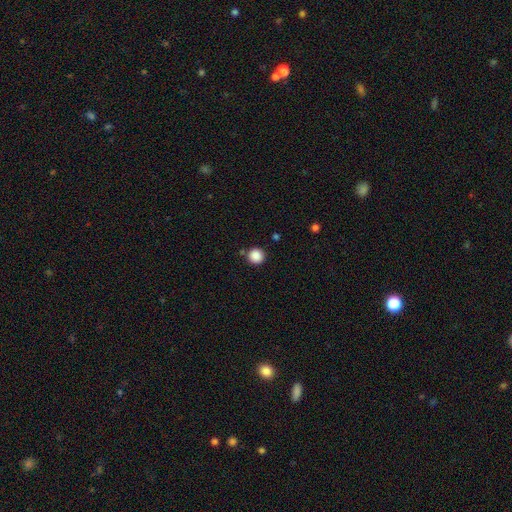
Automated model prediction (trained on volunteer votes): Smooth or featured?
  - smooth: 87% *
  - star or artifact: 10%
  - featured or disk: 3%
How rounded?
  - round: 95% *
  - in between: 4%
  - cigar-shaped: 1%
Merging?
  - none: 86% *
  - minor disturbance: 7%
  - merger: 4%
  - major disturbance: 2%